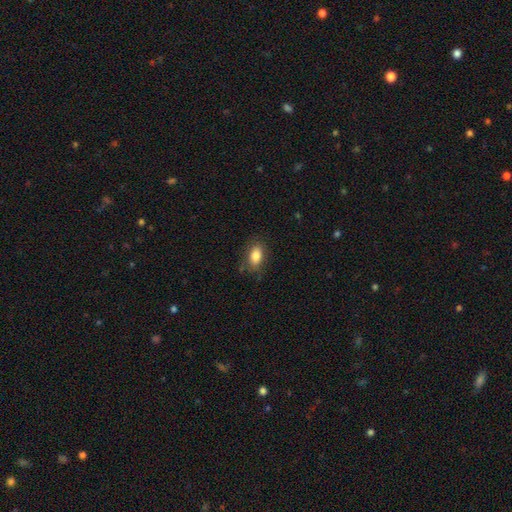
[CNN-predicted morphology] type=smooth (83%); roundness=in between (88%); merging=none (77%).